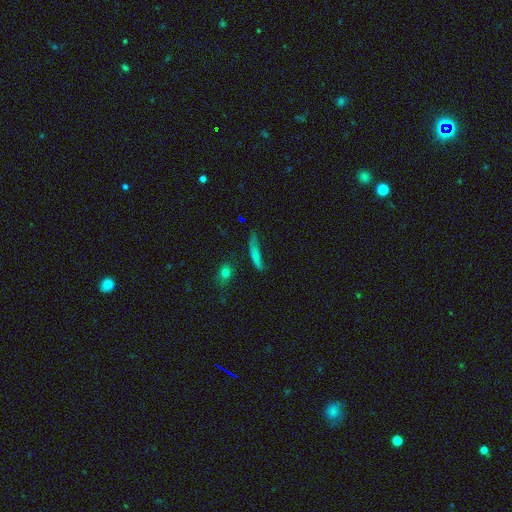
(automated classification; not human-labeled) Smooth or featured? Predicted: smooth (p=0.69). How rounded? Predicted: cigar-shaped (p=0.79). Merging? Predicted: none (p=0.52).